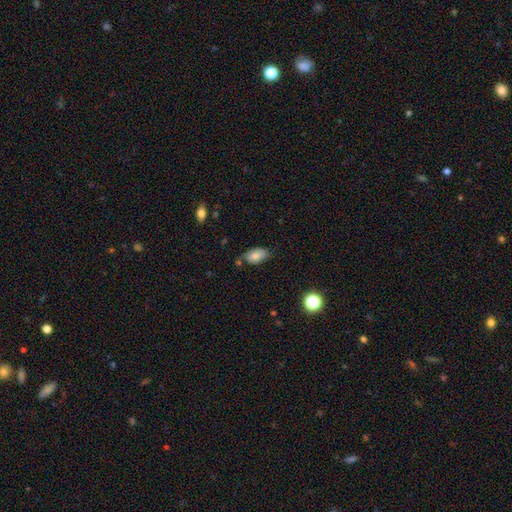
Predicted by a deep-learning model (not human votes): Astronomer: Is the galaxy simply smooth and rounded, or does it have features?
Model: smooth — 73%.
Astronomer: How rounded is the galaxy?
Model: in between — 91%.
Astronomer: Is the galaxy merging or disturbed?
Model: none — 61%.